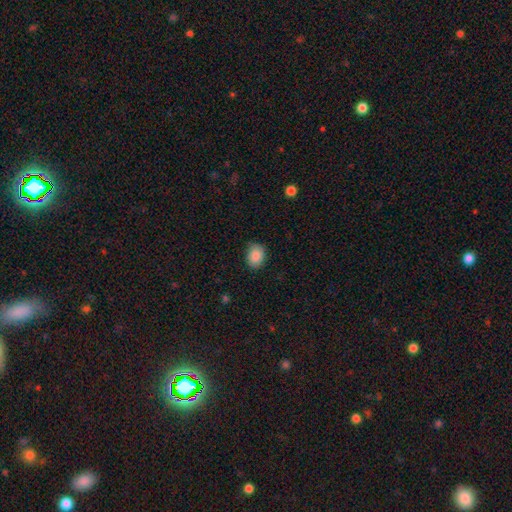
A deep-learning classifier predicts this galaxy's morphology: smooth 88%, star or artifact 8%, featured or disk 4%. Down the decision tree: how rounded — in between (61%); merging — none (80%).